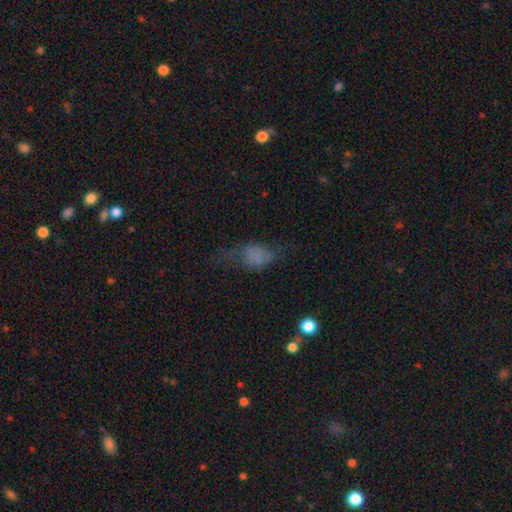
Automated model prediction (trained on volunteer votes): smooth_or_featured: smooth (p=0.60) [alt: featured or disk p=0.25]
how_rounded: in between (p=0.79) [alt: round p=0.14]
merging: major disturbance (p=0.36) [alt: none p=0.35]